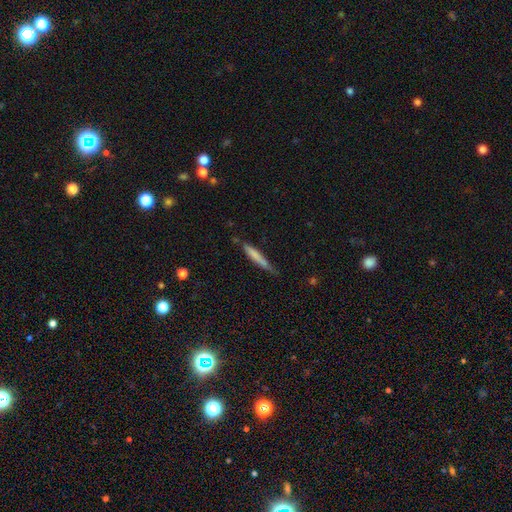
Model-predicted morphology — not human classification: Overall: smooth (70%). How rounded: cigar-shaped (93%). Merging: none (62%; minor disturbance 28%).